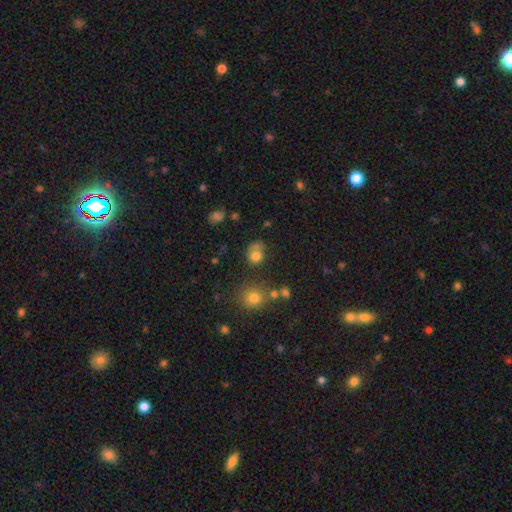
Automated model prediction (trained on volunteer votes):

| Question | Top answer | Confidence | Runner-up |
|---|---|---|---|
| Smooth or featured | smooth | 75% | star or artifact (13%) |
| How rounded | round | 60% | in between (39%) |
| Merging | none | 46% | minor disturbance (27%) |